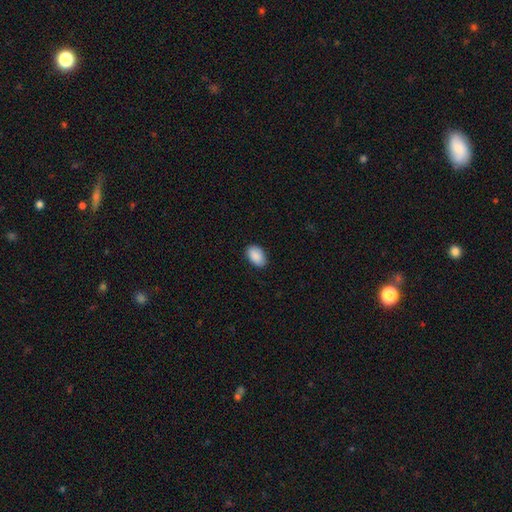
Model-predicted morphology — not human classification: smooth_or_featured: smooth (p=0.89) [alt: star or artifact p=0.06]
how_rounded: in between (p=0.92) [alt: round p=0.06]
merging: none (p=0.85) [alt: minor disturbance p=0.12]